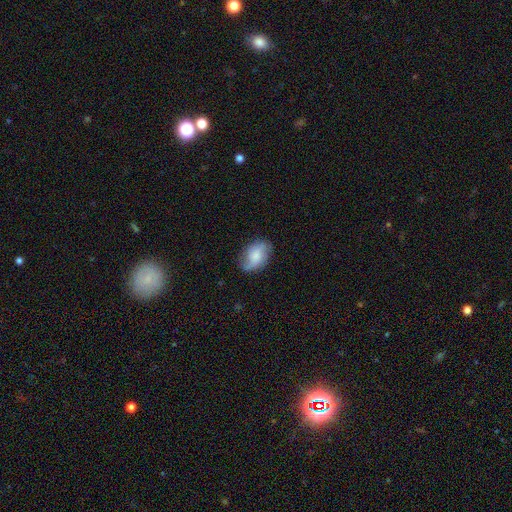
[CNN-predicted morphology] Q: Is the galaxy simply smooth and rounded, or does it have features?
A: smooth — 47%.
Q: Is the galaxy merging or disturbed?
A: none — 73%.